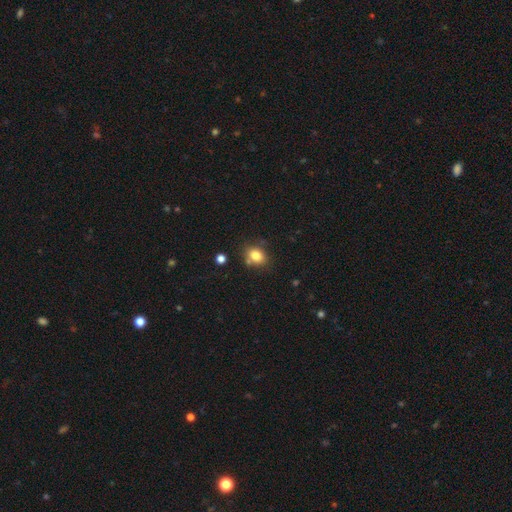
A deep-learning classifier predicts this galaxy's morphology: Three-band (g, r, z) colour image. It shows a smooth galaxy with no disk features (81%) that is round (56%). Merging: none (72%).